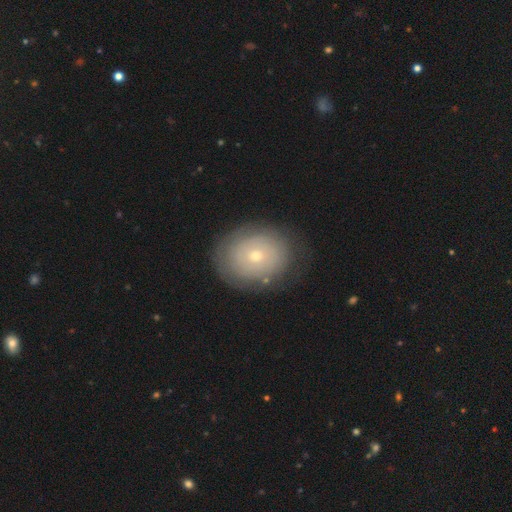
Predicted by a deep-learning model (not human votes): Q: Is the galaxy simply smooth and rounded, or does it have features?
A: smooth — 51%.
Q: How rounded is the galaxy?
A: round — 58%.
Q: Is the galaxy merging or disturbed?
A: none — 80%.